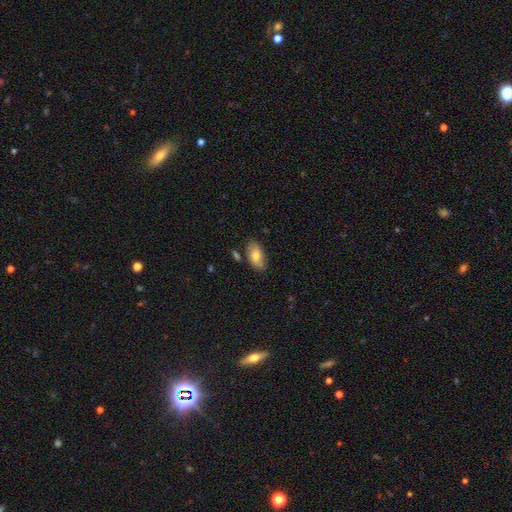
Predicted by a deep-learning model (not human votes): This appears to be a smooth galaxy with no disk features (74%) that is in between round and cigar-shaped (93%). Merging: none (75%).